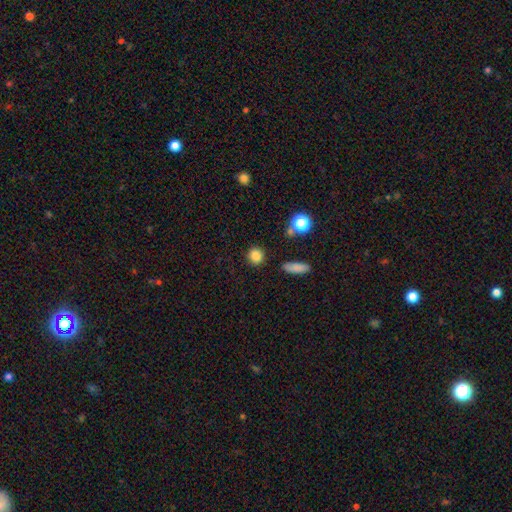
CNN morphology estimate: The model was most divided on "how rounded": round: 84%, in between: 14%, cigar-shaped: 2%. More confident: merging — none (87%); smooth or featured — smooth (84%).